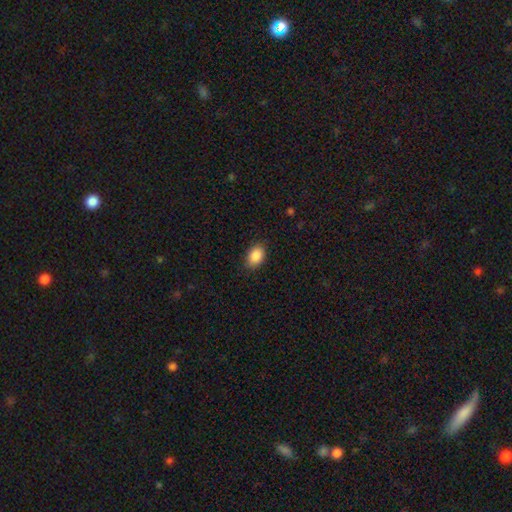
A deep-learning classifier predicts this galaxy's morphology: A smooth galaxy with no disk features (88%) that is in between round and cigar-shaped (82%).

Vote fractions:
- Smooth or featured? smooth: 88% / star or artifact: 8% / featured or disk: 4%
- How rounded? in between: 82% / round: 16% / cigar-shaped: 1%
- Merging? none: 86% / minor disturbance: 11% / major disturbance: 3% / merger: 1%